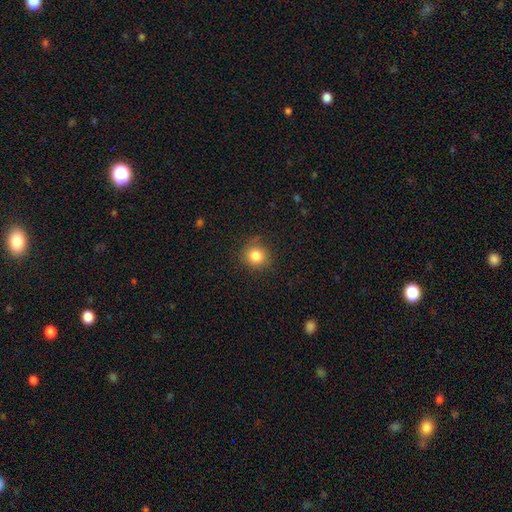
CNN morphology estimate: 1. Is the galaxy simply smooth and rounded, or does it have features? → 83% smooth, 11% star or artifact, 6% featured or disk.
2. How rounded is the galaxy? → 89% round, 10% in between, 1% cigar-shaped.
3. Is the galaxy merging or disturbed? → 83% none, 12% minor disturbance, 3% major disturbance, 1% merger.